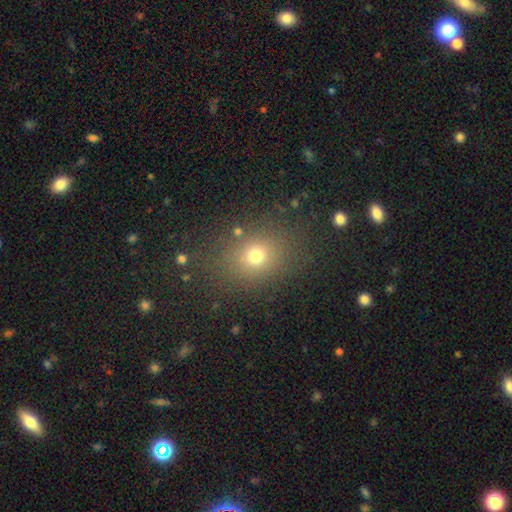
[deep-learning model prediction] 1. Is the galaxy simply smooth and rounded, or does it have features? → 70% smooth, 20% star or artifact, 11% featured or disk.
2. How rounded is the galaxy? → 56% round, 43% in between, 1% cigar-shaped.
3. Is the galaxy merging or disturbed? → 79% none, 11% minor disturbance, 6% major disturbance, 3% merger.